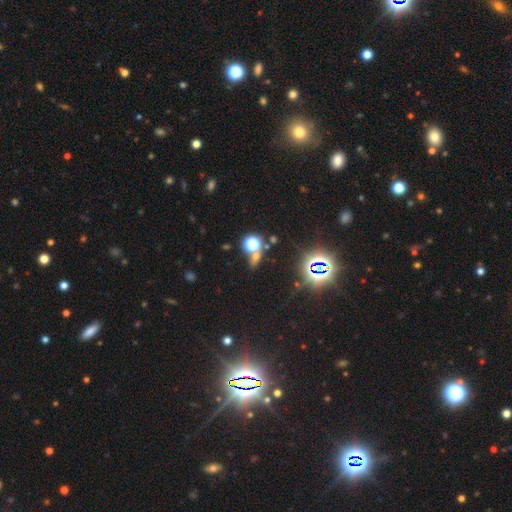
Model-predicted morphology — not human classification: Smooth or featured? Predicted: star or artifact (p=0.47).